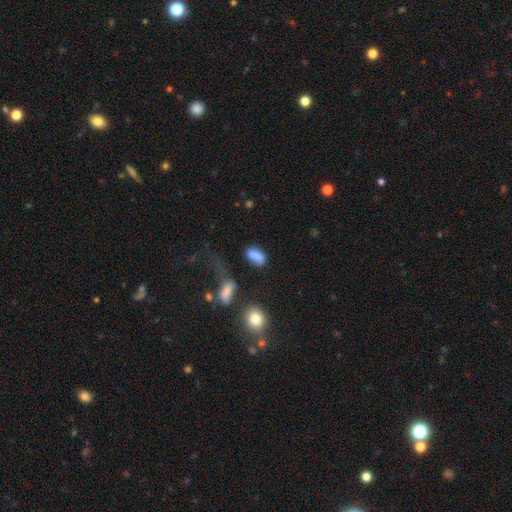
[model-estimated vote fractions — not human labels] Smooth or featured? Predicted: smooth (p=0.79). How rounded? Predicted: in between (p=0.86). Merging? Predicted: none (p=0.59).